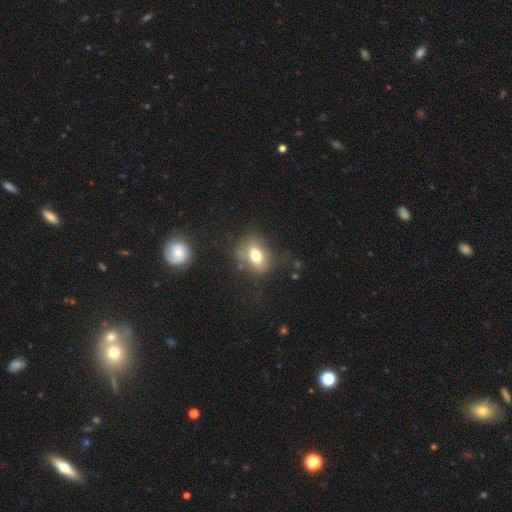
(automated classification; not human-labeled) A smooth galaxy with no disk features (71%) that is in between round and cigar-shaped (68%). Merging: none (66%).